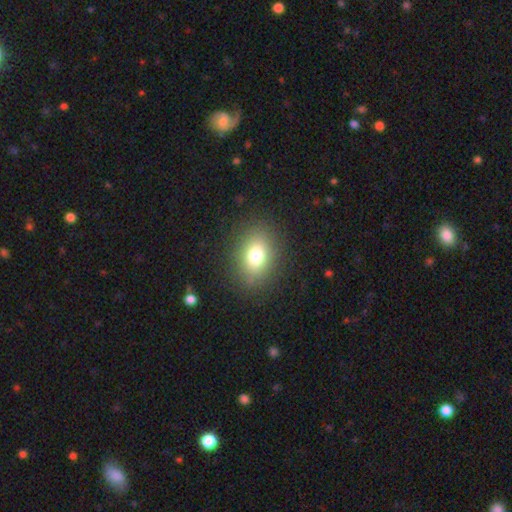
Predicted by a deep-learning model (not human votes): Smooth or featured? Predicted: smooth (p=0.75). How rounded? Predicted: in between (p=0.68). Merging? Predicted: none (p=0.86).